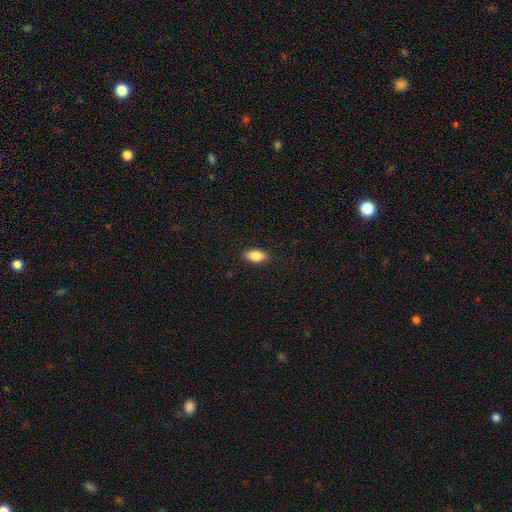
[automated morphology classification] Smooth or featured? smooth (85%)
How rounded? in between (89%)
Merging? none (89%)